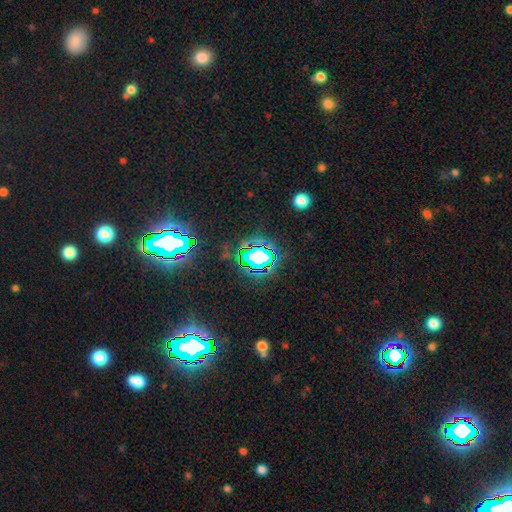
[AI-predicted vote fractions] The model was most divided on "smooth or featured": star or artifact: 68%, smooth: 20%, featured or disk: 13%.